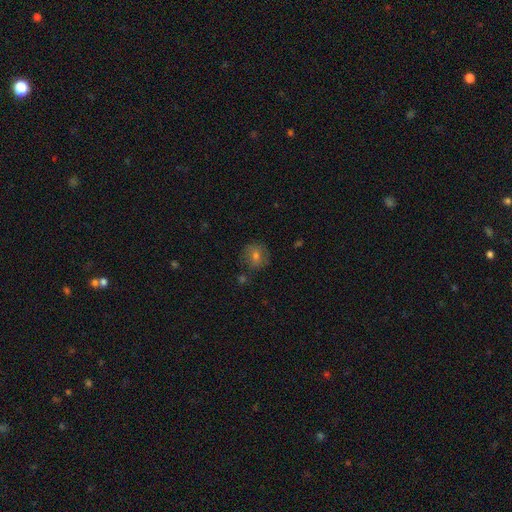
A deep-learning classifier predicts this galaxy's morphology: Q: Smooth or featured?
A: smooth (59%); runner-up: featured or disk (24%)
Q: How rounded?
A: round (82%); runner-up: in between (17%)
Q: Merging?
A: none (78%); runner-up: minor disturbance (14%)